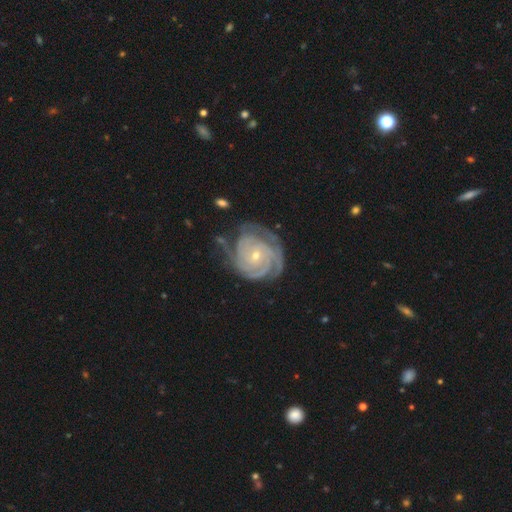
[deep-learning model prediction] Smooth or featured?
  - featured or disk: 88% *
  - smooth: 7%
  - star or artifact: 6%
Edge-on disk?
  - no: 97% *
  - yes: 3%
Bar?
  - no: 75% *
  - weak: 19%
  - strong: 6%
Spiral arms?
  - yes: 97% *
  - no: 3%
Spiral winding?
  - tight: 81% *
  - medium: 16%
  - loose: 3%
Spiral arm count?
  - 3: 29% *
  - can't tell: 24%
  - 4: 18%
  - 2: 16%
  - more than 4: 7%
  - 1: 6%
Bulge size?
  - small: 70% *
  - moderate: 27%
  - large: 1%
  - none: 1%
  - dominant: 1%
Merging?
  - none: 65% *
  - minor disturbance: 22%
  - major disturbance: 10%
  - merger: 2%